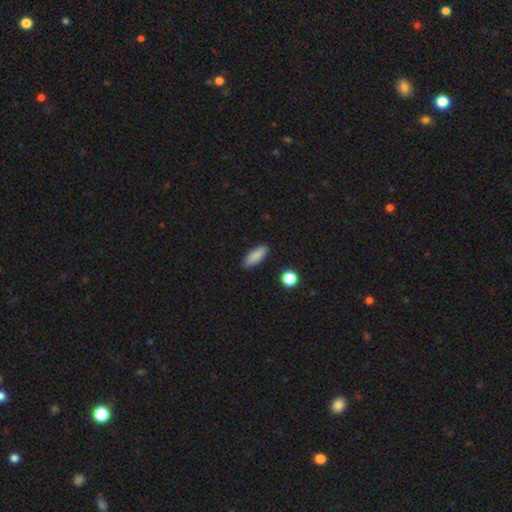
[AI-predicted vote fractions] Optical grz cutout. It shows a smooth galaxy with no disk features (87%) that is in between round and cigar-shaped (63%). Merging: none (87%).